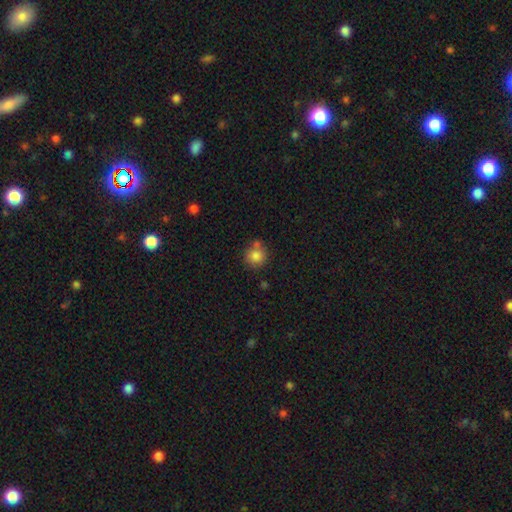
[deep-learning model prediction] Morphology: type=smooth (82%); roundness=round (91%); merging=none (65%).